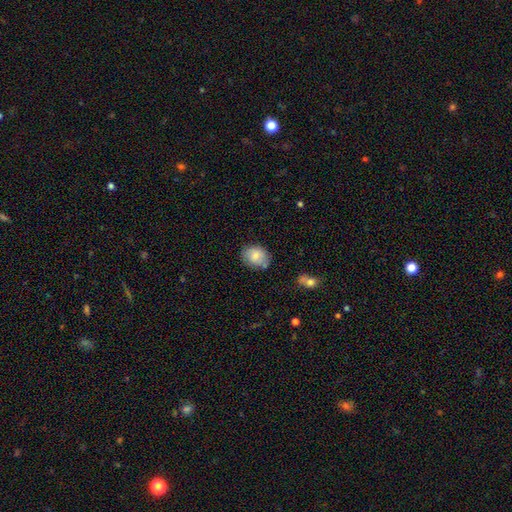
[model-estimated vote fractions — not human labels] A smooth galaxy with no disk features (78%) that is in between round and cigar-shaped (54%).

Vote fractions:
- Smooth or featured? smooth: 78% / featured or disk: 14% / star or artifact: 8%
- How rounded? in between: 54% / round: 45% / cigar-shaped: 1%
- Merging? none: 73% / minor disturbance: 19% / major disturbance: 4% / merger: 4%